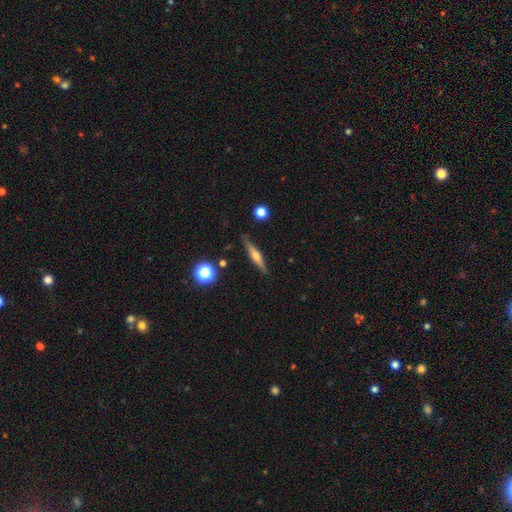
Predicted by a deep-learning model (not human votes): featured or disk 61%, smooth 32%, star or artifact 7%. Down the decision tree: edge-on disk — yes (96%); edge-on bulge — rounded (86%); merging — none (87%).